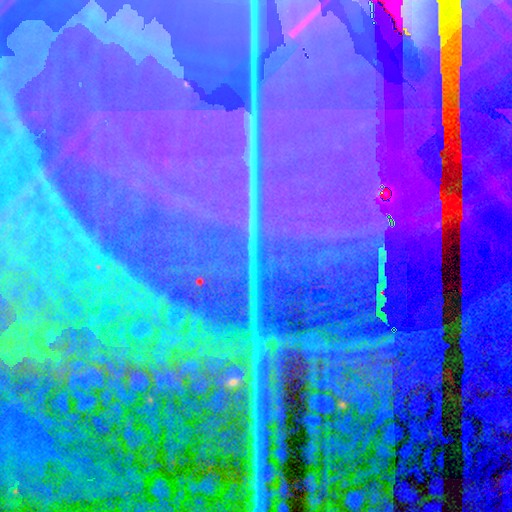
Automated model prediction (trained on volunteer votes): This is clearly a star or artifact rather than a galaxy (85%).